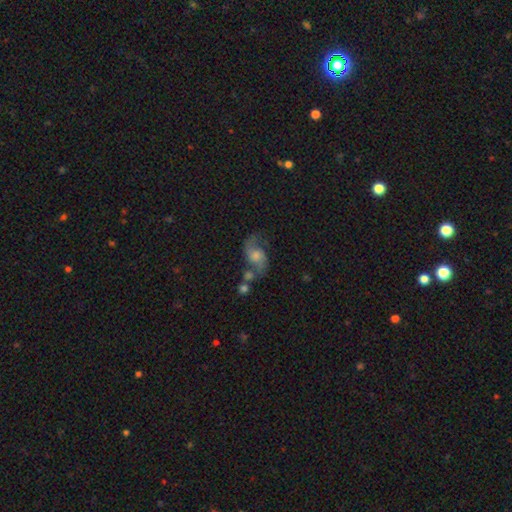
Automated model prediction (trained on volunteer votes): Q: Smooth or featured?
A: featured or disk (76%); runner-up: smooth (15%)
Q: Edge-on disk?
A: no (97%); runner-up: yes (3%)
Q: Bar?
A: no (63%); runner-up: weak (31%)
Q: Spiral arms?
A: yes (94%); runner-up: no (6%)
Q: Spiral winding?
A: loose (56%); runner-up: medium (35%)
Q: Spiral arm count?
A: 2 (89%); runner-up: 1 (5%)
Q: Bulge size?
A: moderate (49%); runner-up: small (31%)
Q: Merging?
A: none (58%); runner-up: minor disturbance (18%)